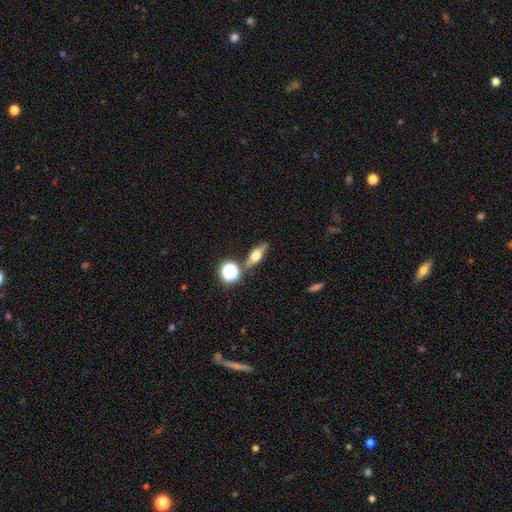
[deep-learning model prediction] featured or disk 47%, smooth 41%, star or artifact 12%. Down the decision tree: merging — none (77%).